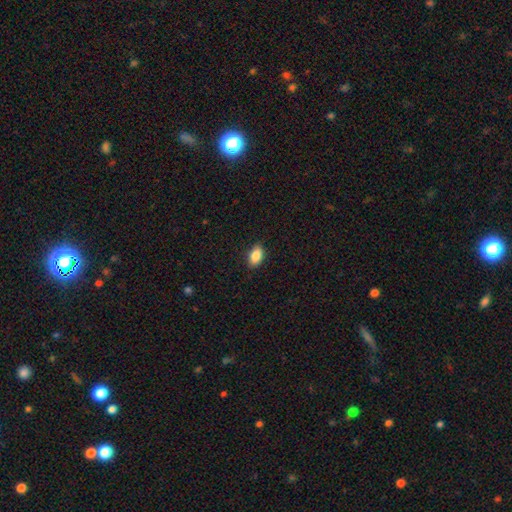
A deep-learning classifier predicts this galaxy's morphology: Smooth or featured: smooth — 86% (star or artifact — 8%)
How rounded: in between — 90% (round — 8%)
Merging: none — 87% (minor disturbance — 10%)